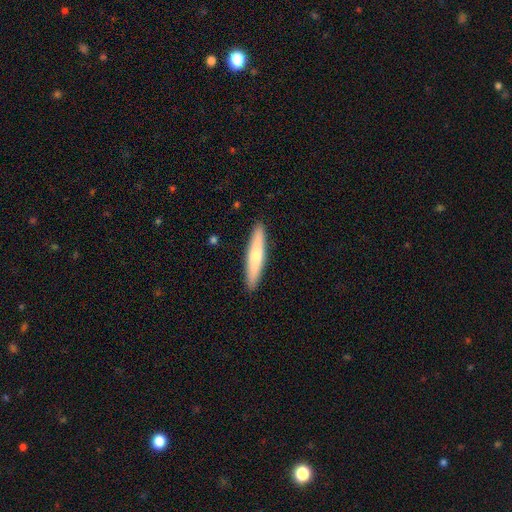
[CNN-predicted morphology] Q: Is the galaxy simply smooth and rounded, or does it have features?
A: smooth — 56%.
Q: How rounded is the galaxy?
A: cigar-shaped — 89%.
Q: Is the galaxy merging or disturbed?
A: none — 91%.